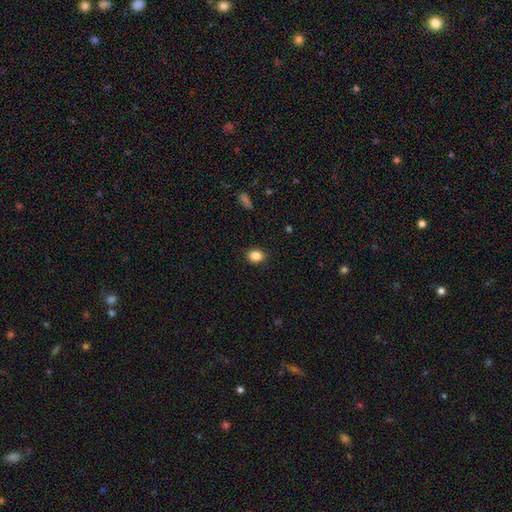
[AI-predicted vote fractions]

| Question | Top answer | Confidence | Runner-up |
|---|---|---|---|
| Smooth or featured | smooth | 86% | star or artifact (10%) |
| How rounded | in between | 51% | round (48%) |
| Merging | none | 88% | minor disturbance (9%) |